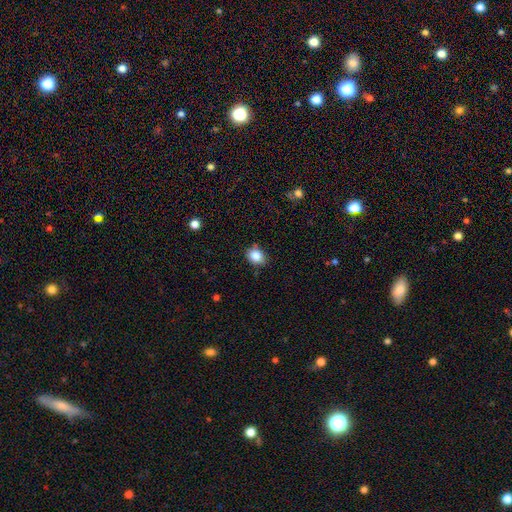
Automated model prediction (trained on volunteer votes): This is clearly a smooth galaxy (85%). How rounded: possibly round (50%). Merging: likely none (79%).